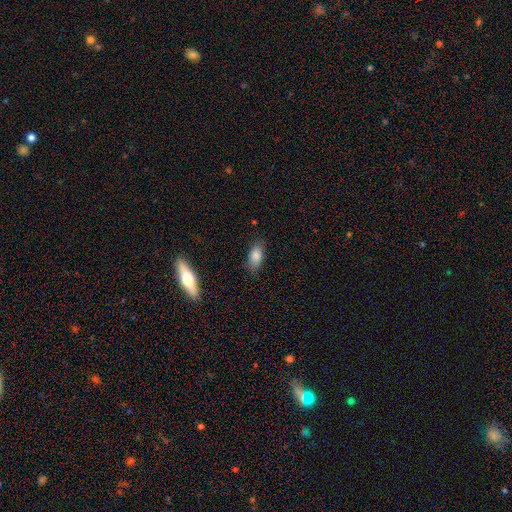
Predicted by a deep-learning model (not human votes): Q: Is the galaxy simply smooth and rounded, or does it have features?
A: smooth — 82%.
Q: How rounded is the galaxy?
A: in between — 85%.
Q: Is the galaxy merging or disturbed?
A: none — 80%.